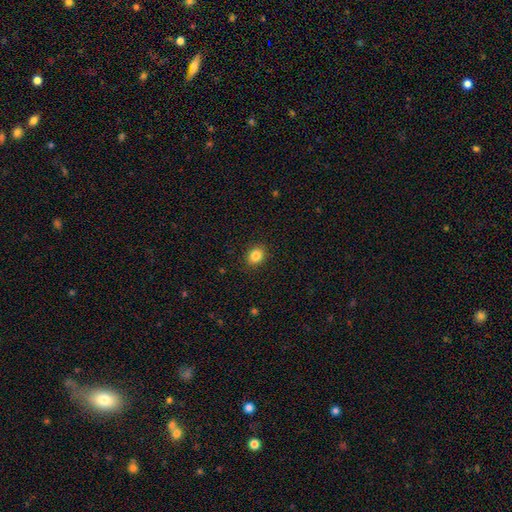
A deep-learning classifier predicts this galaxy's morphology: A smooth galaxy with no disk features (85%) that is round (57%).

Vote fractions:
- Smooth or featured? smooth: 85% / star or artifact: 10% / featured or disk: 5%
- How rounded? round: 57% / in between: 43% / cigar-shaped: 1%
- Merging? none: 89% / minor disturbance: 8% / major disturbance: 2% / merger: 1%